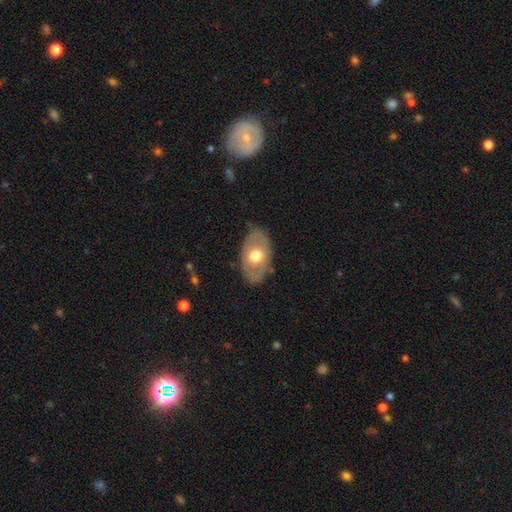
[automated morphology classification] The model was most divided on "smooth or featured": smooth: 49%, featured or disk: 46%, star or artifact: 5%. More confident: merging — none (77%).